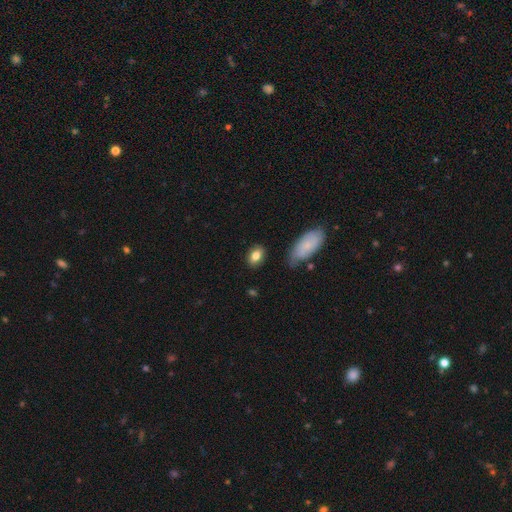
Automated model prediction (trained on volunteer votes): smooth-or-featured: smooth: 80% | featured or disk: 12% | star or artifact: 8%
  how-rounded: in between: 80% | round: 17% | cigar-shaped: 2%
  merging: none: 81% | minor disturbance: 14% | major disturbance: 3% | merger: 2%